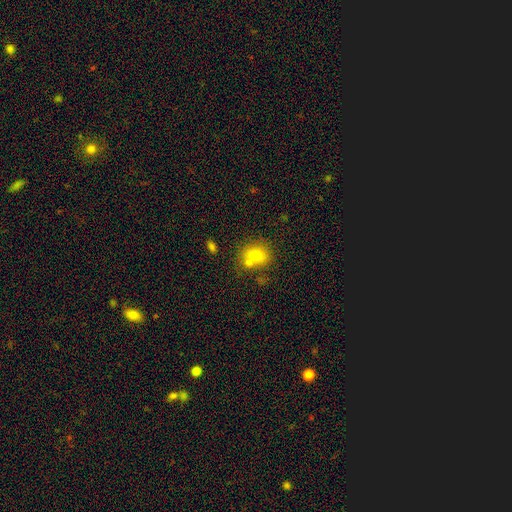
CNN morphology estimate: Smooth or featured? smooth (74%)
How rounded? round (60%)
Merging? none (52%)